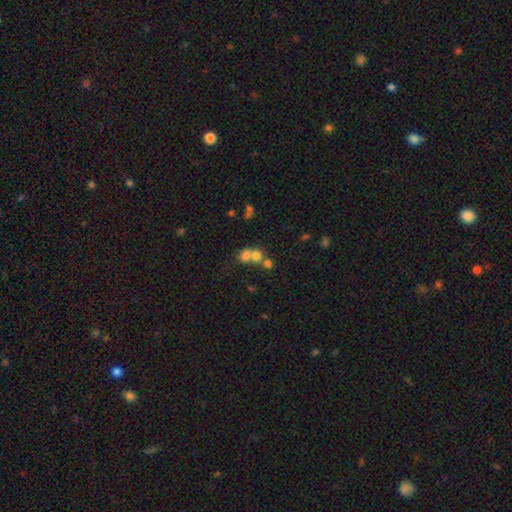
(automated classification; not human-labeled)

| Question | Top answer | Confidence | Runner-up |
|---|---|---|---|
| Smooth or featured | smooth | 68% | featured or disk (18%) |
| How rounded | round | 68% | in between (30%) |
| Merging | merger | 62% | none (28%) |